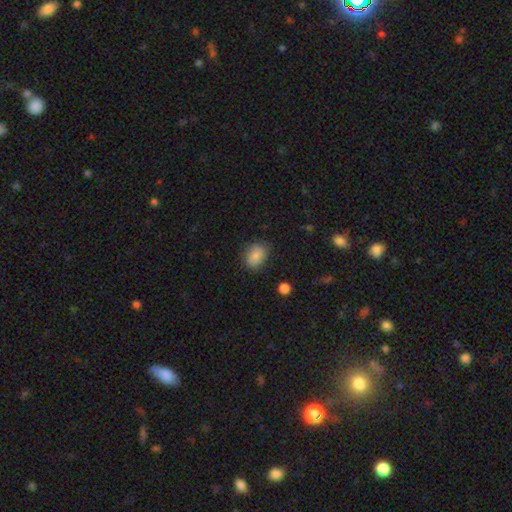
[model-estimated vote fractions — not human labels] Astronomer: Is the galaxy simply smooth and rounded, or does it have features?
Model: smooth — 81%.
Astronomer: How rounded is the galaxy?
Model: in between — 65%.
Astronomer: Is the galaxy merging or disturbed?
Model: none — 77%.